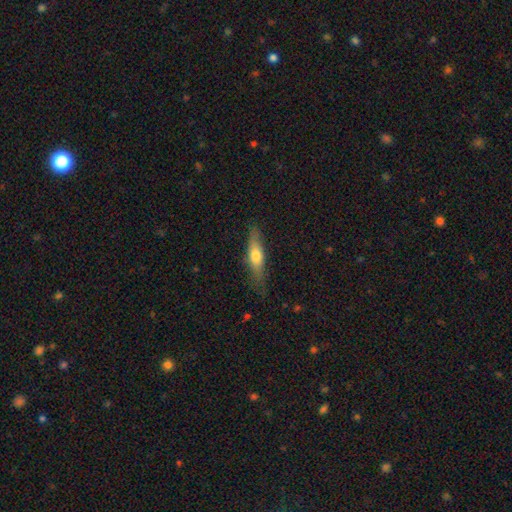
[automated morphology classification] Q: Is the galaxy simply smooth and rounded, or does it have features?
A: smooth — 56%.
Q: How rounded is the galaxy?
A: cigar-shaped — 68%.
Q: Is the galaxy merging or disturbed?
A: none — 78%.